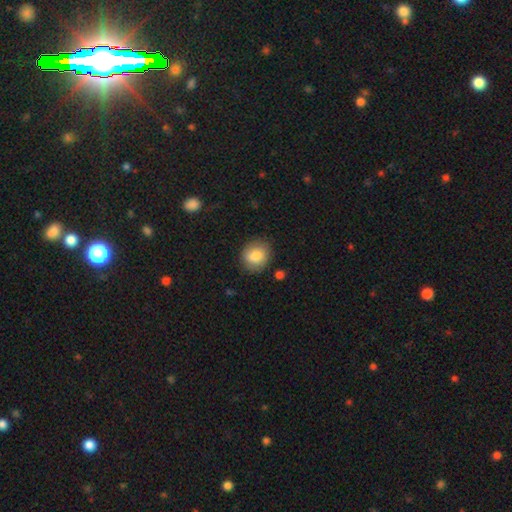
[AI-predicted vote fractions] A smooth galaxy with no disk features (83%) that is round (73%). Merging: none (84%).